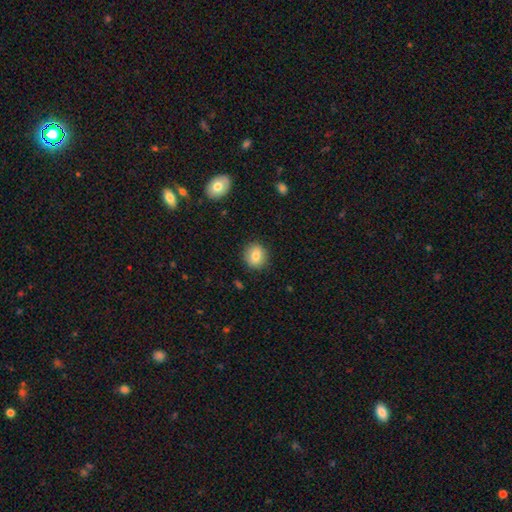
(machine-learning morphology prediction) This is clearly a smooth galaxy (81%). How rounded: likely round (78%). Merging: clearly none (89%).